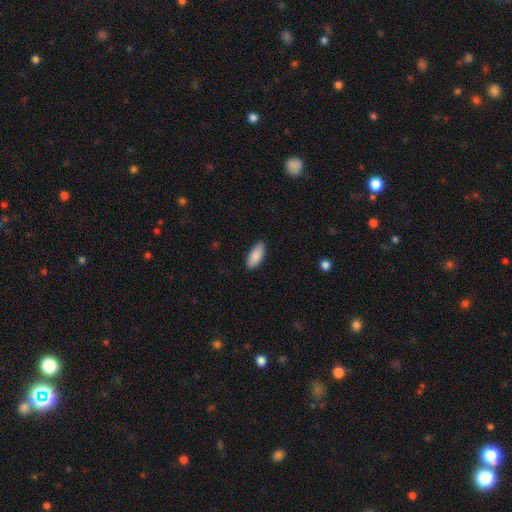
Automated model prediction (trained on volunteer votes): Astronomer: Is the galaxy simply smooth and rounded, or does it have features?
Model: smooth — 89%.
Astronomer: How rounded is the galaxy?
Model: in between — 86%.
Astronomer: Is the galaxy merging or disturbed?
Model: none — 87%.